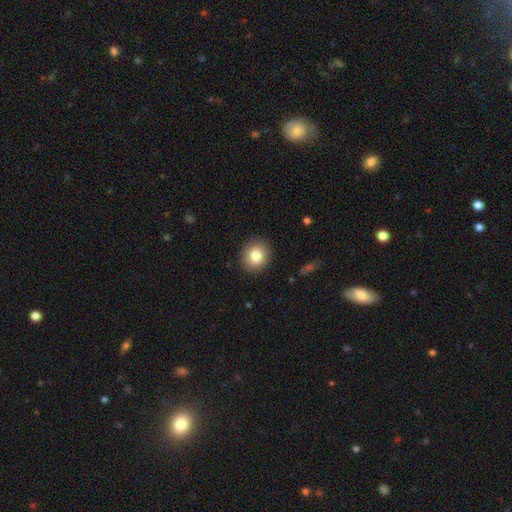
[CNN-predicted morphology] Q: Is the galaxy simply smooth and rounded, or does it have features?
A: smooth — 82%.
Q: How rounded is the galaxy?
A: round — 82%.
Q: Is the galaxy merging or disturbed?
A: none — 90%.